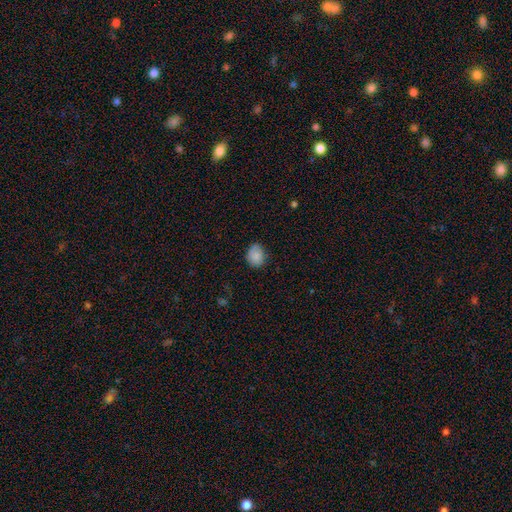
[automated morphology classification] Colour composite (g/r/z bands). It shows a smooth galaxy with no disk features (86%) that is round (56%). Merging: none (71%).